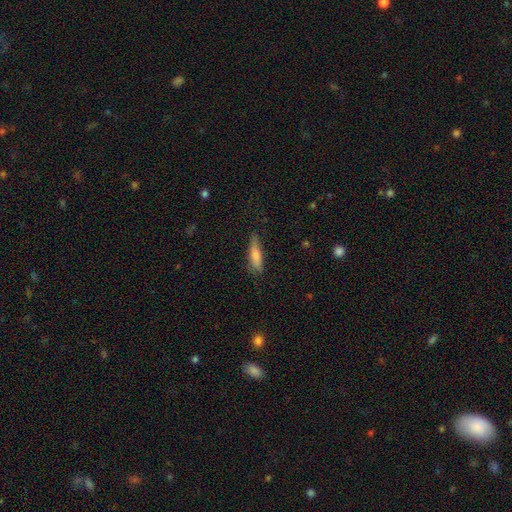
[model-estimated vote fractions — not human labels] smooth-or-featured: smooth: 77% | featured or disk: 16% | star or artifact: 6%
  how-rounded: cigar-shaped: 66% | in between: 32% | round: 2%
  merging: none: 68% | minor disturbance: 24% | major disturbance: 6% | merger: 2%